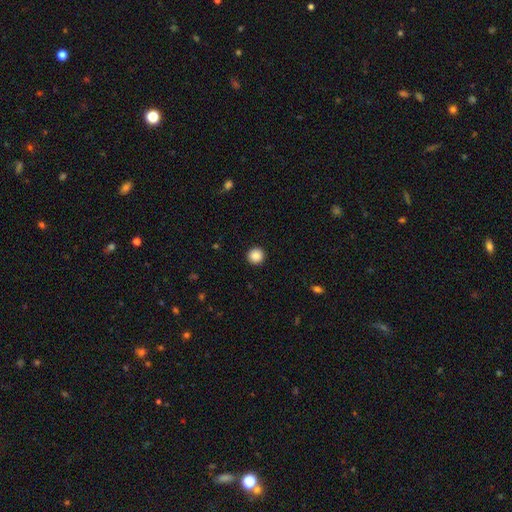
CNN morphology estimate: A smooth galaxy with no disk features (88%) that is round (96%). Merging: none (93%).